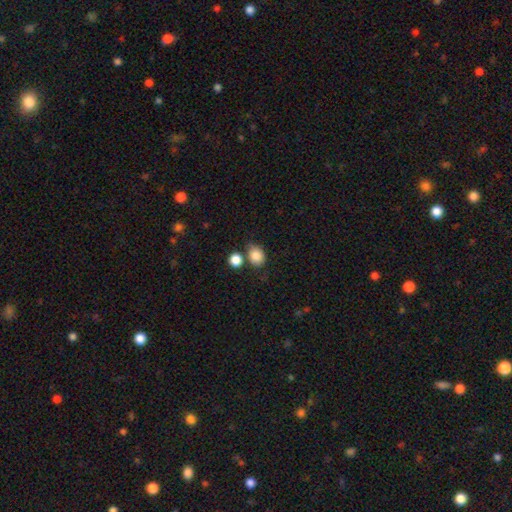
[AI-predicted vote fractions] smooth_or_featured: smooth (p=0.85) [alt: star or artifact p=0.09]
how_rounded: round (p=0.60) [alt: in between p=0.39]
merging: none (p=0.61) [alt: merger p=0.18]